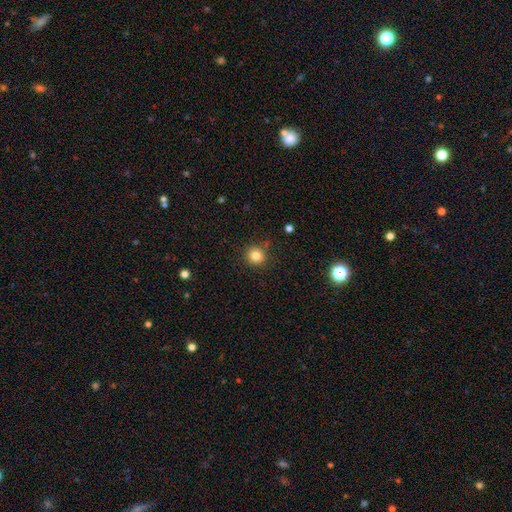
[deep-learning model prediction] Overall: smooth (82%). How rounded: round (93%). Merging: none (86%).